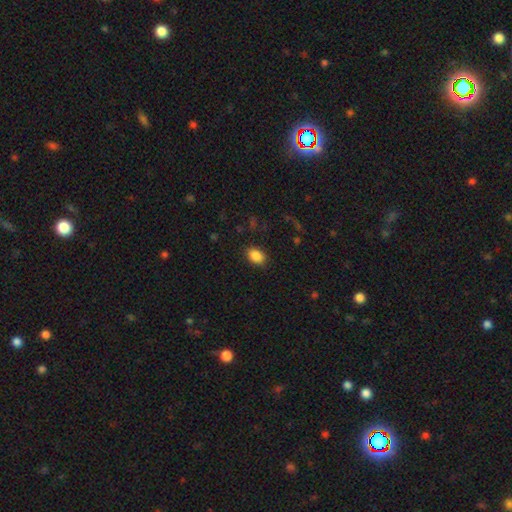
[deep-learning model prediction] smooth 87%, star or artifact 9%, featured or disk 4%. Down the decision tree: how rounded — in between (82%); merging — none (87%).